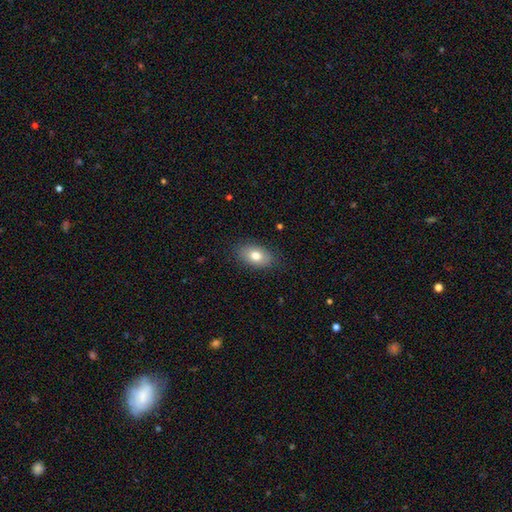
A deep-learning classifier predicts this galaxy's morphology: Smooth or featured? smooth (78%)
How rounded? in between (88%)
Merging? none (85%)